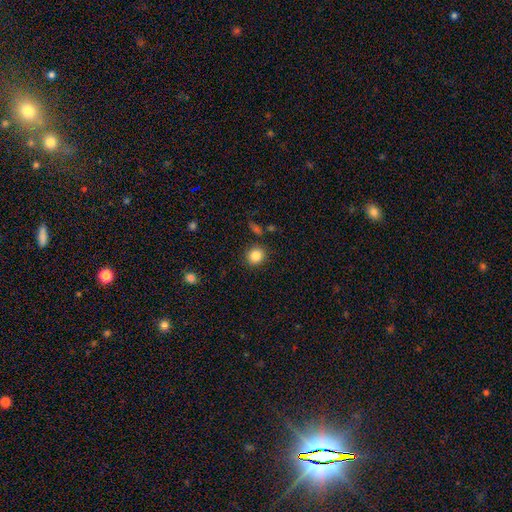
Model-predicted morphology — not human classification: Smooth or featured?
  - smooth: 85% *
  - star or artifact: 10%
  - featured or disk: 6%
How rounded?
  - round: 85% *
  - in between: 14%
  - cigar-shaped: 1%
Merging?
  - none: 87% *
  - minor disturbance: 8%
  - merger: 3%
  - major disturbance: 3%